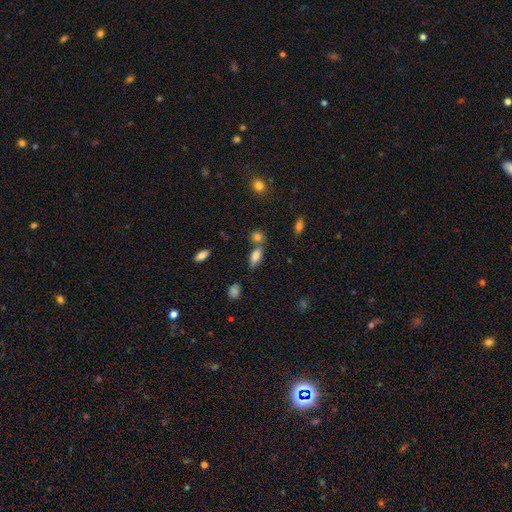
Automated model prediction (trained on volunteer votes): Smooth or featured? smooth (77%)
How rounded? in between (77%)
Merging? none (56%)